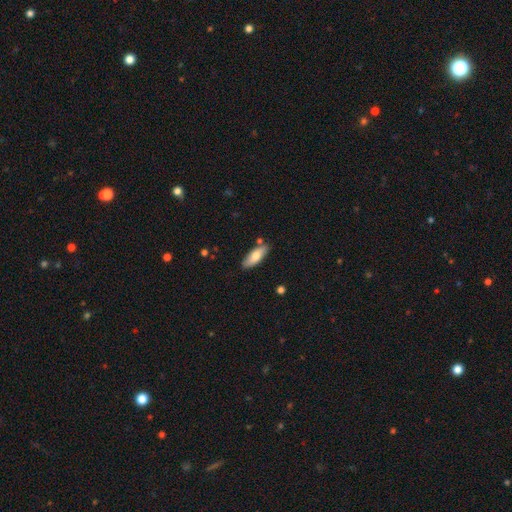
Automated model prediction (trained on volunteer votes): Smooth or featured: smooth — 74% (featured or disk — 20%)
How rounded: in between — 68% (cigar-shaped — 30%)
Merging: none — 82% (minor disturbance — 12%)